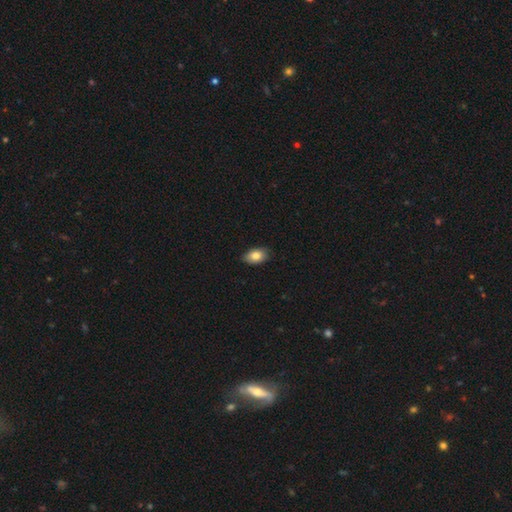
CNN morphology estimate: type=smooth (83%); roundness=in between (91%); merging=none (84%).